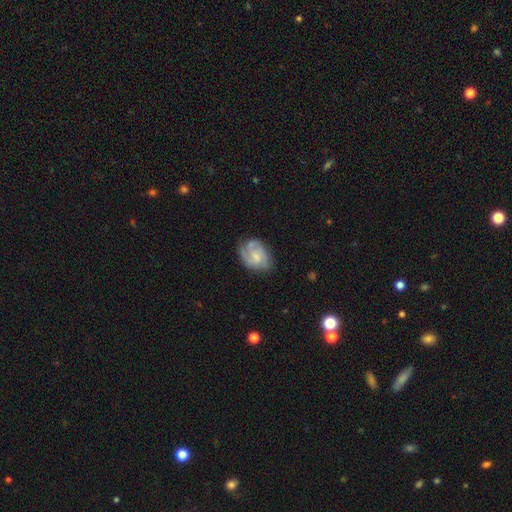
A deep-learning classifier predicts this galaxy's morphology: type=featured or disk (61%); edge-on=no (97%); bar=no (62%); spiral arms=yes (86%); winding=tight (42%, tied with medium); arm count=2 (35%); bulge=small (46%); merging=none (63%).